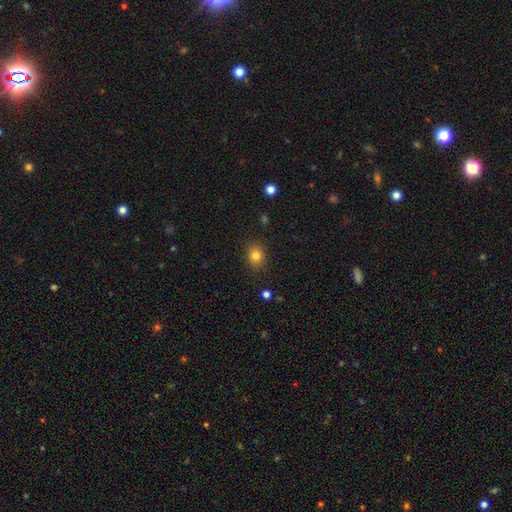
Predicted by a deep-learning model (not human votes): The model was most divided on "how rounded": round: 58%, in between: 41%, cigar-shaped: 1%. More confident: merging — none (87%); smooth or featured — smooth (82%).